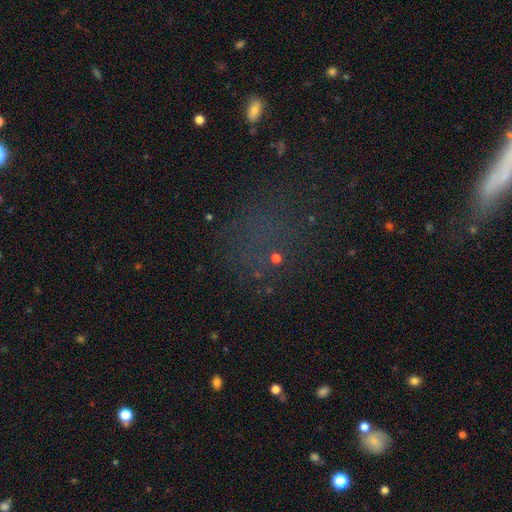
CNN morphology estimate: smooth-or-featured: star or artifact: 48% | smooth: 34% | featured or disk: 18%